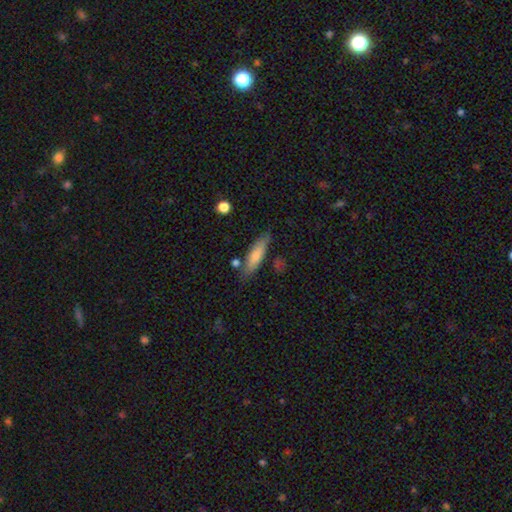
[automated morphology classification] Smooth or featured? smooth (74%)
How rounded? cigar-shaped (64%)
Merging? none (76%)